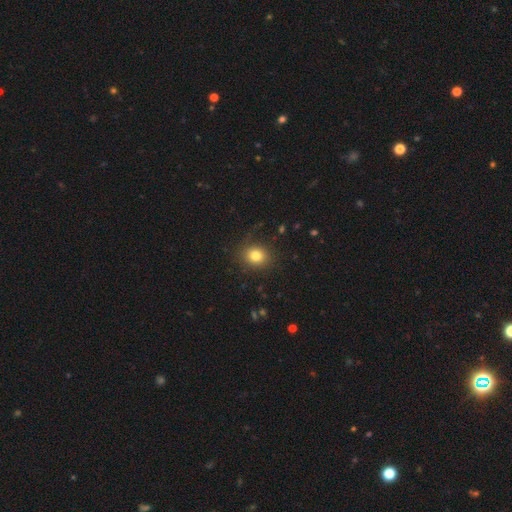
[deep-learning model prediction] The model was most divided on "how rounded": round: 72%, in between: 27%, cigar-shaped: 1%. More confident: merging — none (86%); smooth or featured — smooth (80%).